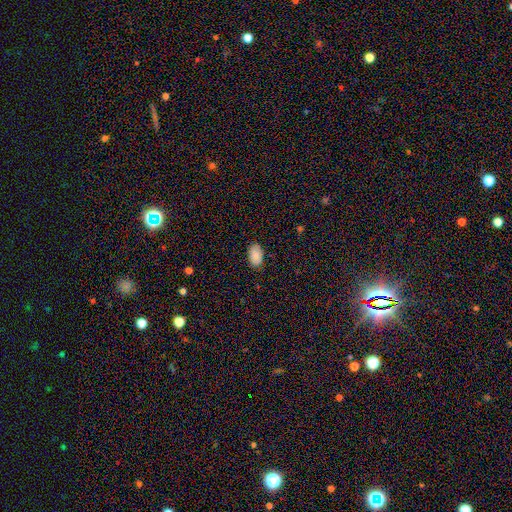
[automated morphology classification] Q: Smooth or featured?
A: smooth (85%); runner-up: star or artifact (8%)
Q: How rounded?
A: in between (93%); runner-up: round (6%)
Q: Merging?
A: none (84%); runner-up: minor disturbance (12%)